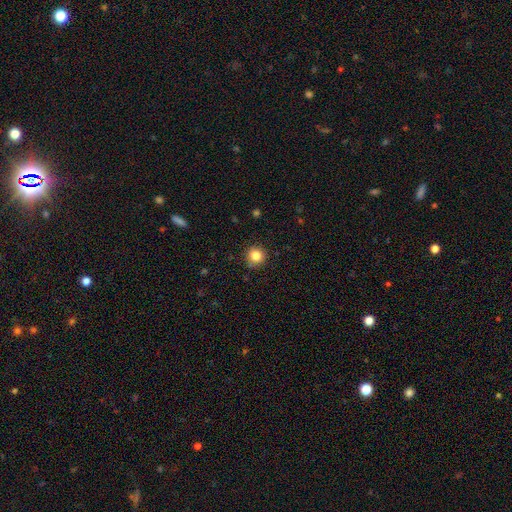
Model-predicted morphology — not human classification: A smooth galaxy with no disk features (84%) that is round (94%).

Vote fractions:
- Smooth or featured? smooth: 84% / star or artifact: 11% / featured or disk: 6%
- How rounded? round: 94% / in between: 5% / cigar-shaped: 1%
- Merging? none: 89% / minor disturbance: 8% / major disturbance: 2% / merger: 1%